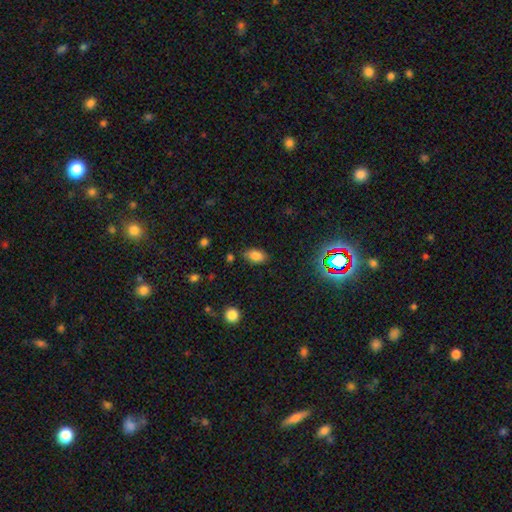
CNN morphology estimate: This appears to be a smooth galaxy with no disk features (80%) that is in between round and cigar-shaped (90%). Merging: none (80%).